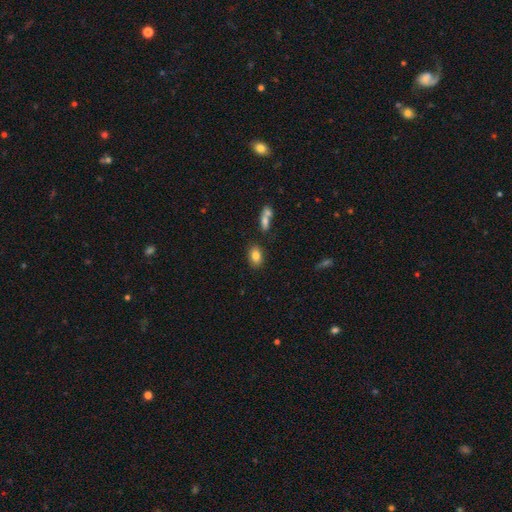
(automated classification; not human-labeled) Morphology: type=smooth (83%); roundness=in between (86%); merging=none (82%).